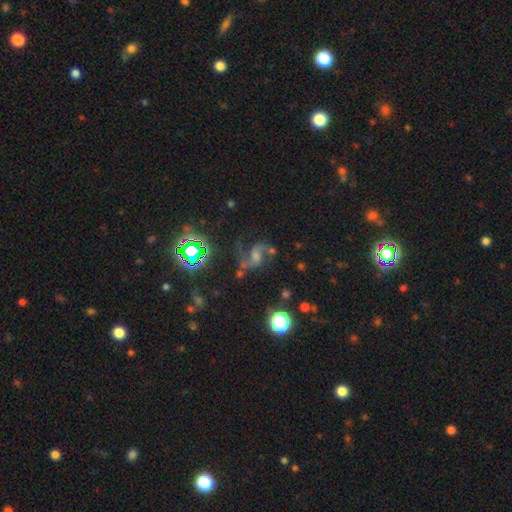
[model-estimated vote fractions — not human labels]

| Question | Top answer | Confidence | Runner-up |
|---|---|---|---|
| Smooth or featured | featured or disk | 68% | star or artifact (21%) |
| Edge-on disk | no | 97% | yes (3%) |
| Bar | no | 44% | weak (41%) |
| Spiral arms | yes | 94% | no (6%) |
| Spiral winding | loose | 58% | medium (35%) |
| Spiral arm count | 2 | 89% | 1 (4%) |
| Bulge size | moderate | 37% | small (33%) |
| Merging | none | 55% | minor disturbance (18%) |